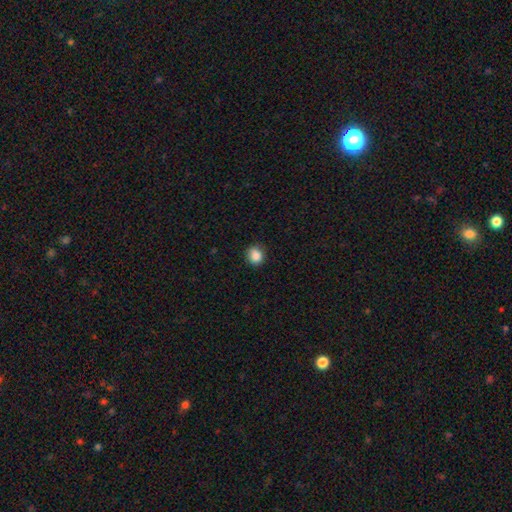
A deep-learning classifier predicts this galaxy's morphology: Q: Smooth or featured?
A: smooth (87%); runner-up: star or artifact (10%)
Q: How rounded?
A: round (78%); runner-up: in between (21%)
Q: Merging?
A: none (84%); runner-up: minor disturbance (12%)